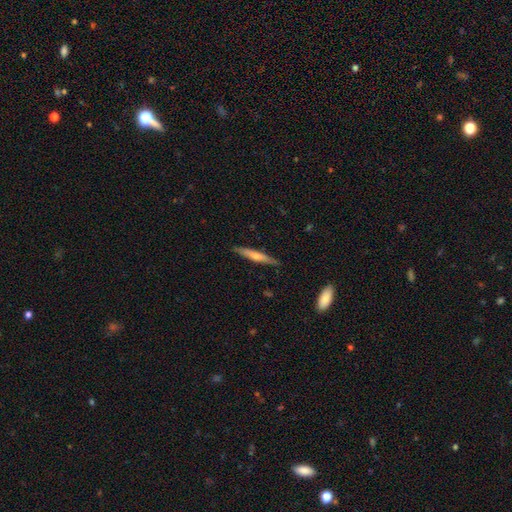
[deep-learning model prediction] Overall: smooth (53%; featured or disk 41%). How rounded: cigar-shaped (93%). Merging: none (87%).